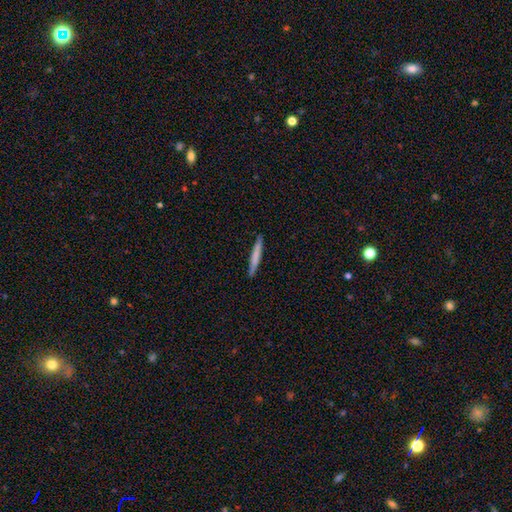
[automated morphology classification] Smooth or featured? smooth (69%)
How rounded? cigar-shaped (96%)
Merging? none (91%)